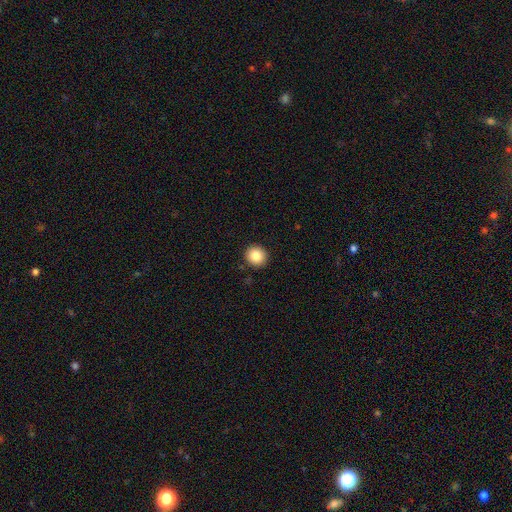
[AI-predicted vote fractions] The model was most divided on "smooth or featured": smooth: 86%, star or artifact: 9%, featured or disk: 5%. More confident: how rounded — round (93%); merging — none (92%).